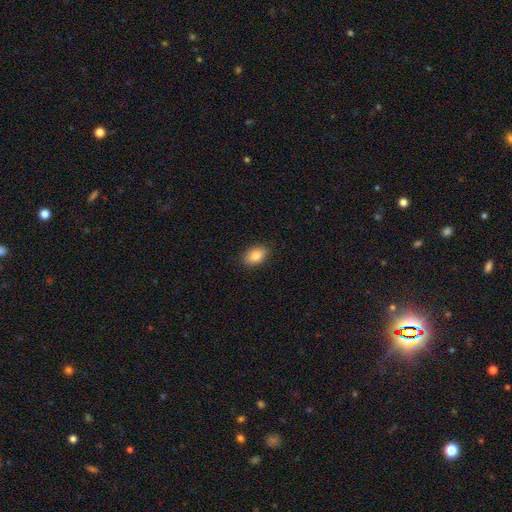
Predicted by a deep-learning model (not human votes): A smooth galaxy with no disk features (84%) that is in between round and cigar-shaped (89%). Merging: none (88%).